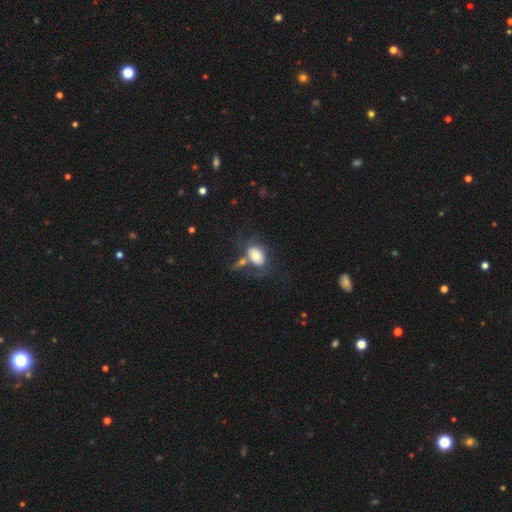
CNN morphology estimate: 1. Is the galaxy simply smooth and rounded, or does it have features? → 72% smooth, 20% featured or disk, 8% star or artifact.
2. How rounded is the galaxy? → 88% in between, 10% round, 2% cigar-shaped.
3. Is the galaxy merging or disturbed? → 31% none, 30% merger, 20% major disturbance, 20% minor disturbance.